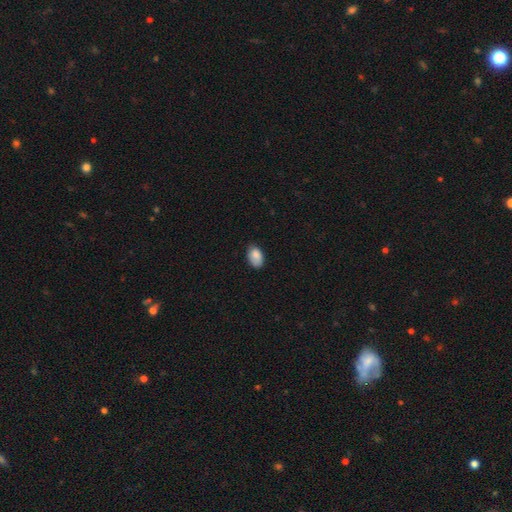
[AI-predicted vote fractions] This appears to be a smooth galaxy with no disk features (86%) that is in between round and cigar-shaped (90%). Merging: none (73%).